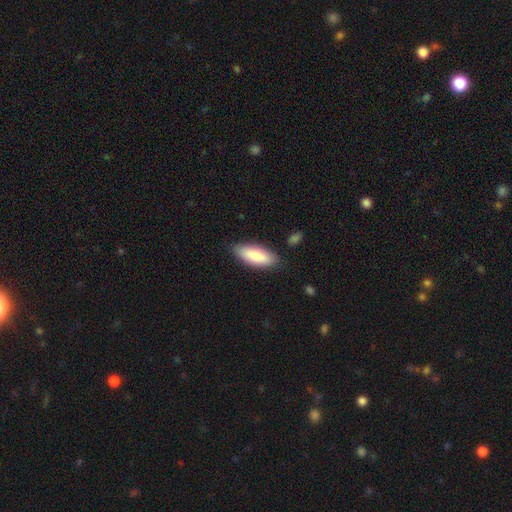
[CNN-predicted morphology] smooth-or-featured: smooth: 81% | featured or disk: 14% | star or artifact: 5%
  how-rounded: in between: 76% | cigar-shaped: 22% | round: 2%
  merging: none: 84% | minor disturbance: 12% | major disturbance: 2% | merger: 2%